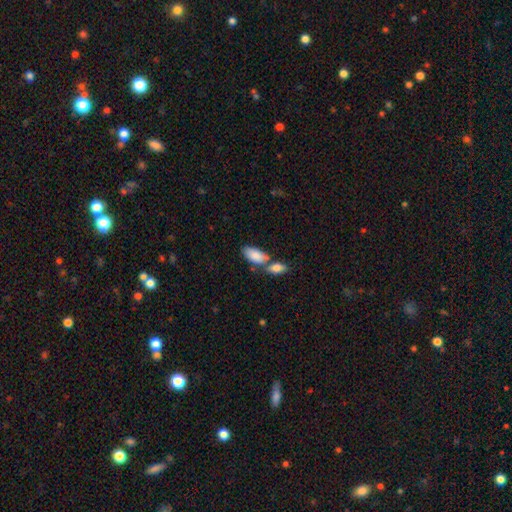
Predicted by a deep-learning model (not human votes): Smooth or featured: smooth — 85% (featured or disk — 9%)
How rounded: in between — 92% (cigar-shaped — 6%)
Merging: merger — 43% (none — 40%)